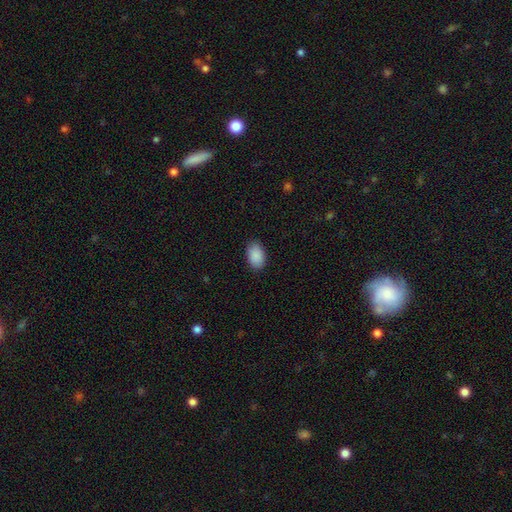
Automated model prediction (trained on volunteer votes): This is clearly a smooth galaxy (90%). How rounded: clearly in between (92%). Merging: clearly none (87%).